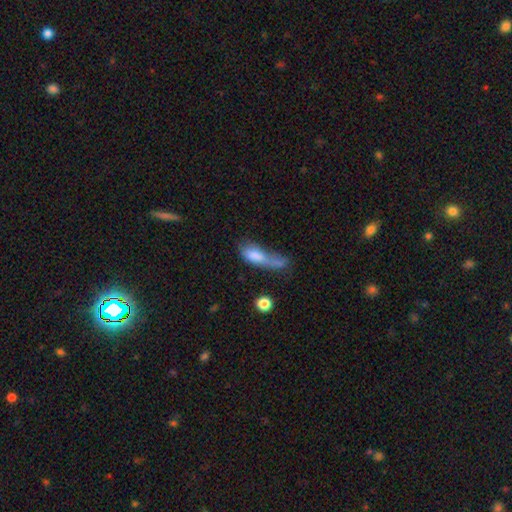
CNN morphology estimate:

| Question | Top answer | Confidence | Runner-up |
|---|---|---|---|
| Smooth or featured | smooth | 63% | featured or disk (26%) |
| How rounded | in between | 54% | cigar-shaped (40%) |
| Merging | major disturbance | 34% | merger (26%) |